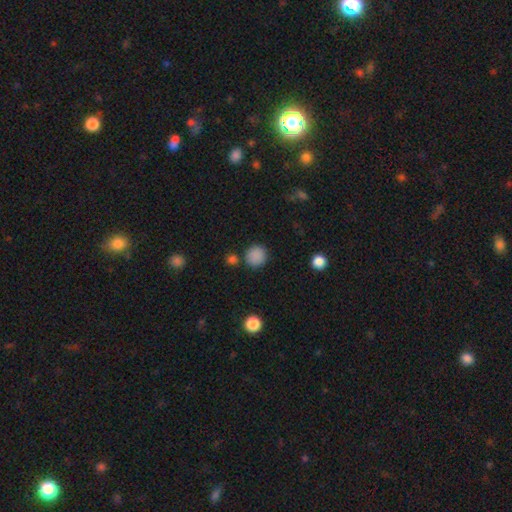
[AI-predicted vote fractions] Smooth or featured: smooth — 86% (star or artifact — 11%)
How rounded: round — 90% (in between — 9%)
Merging: none — 83% (minor disturbance — 9%)